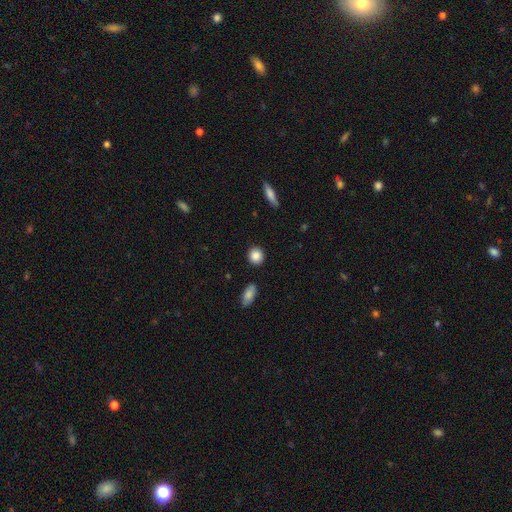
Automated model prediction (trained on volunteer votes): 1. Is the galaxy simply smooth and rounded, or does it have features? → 88% smooth, 8% star or artifact, 4% featured or disk.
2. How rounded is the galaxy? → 84% round, 14% in between, 2% cigar-shaped.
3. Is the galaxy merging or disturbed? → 89% none, 7% minor disturbance, 2% major disturbance, 2% merger.